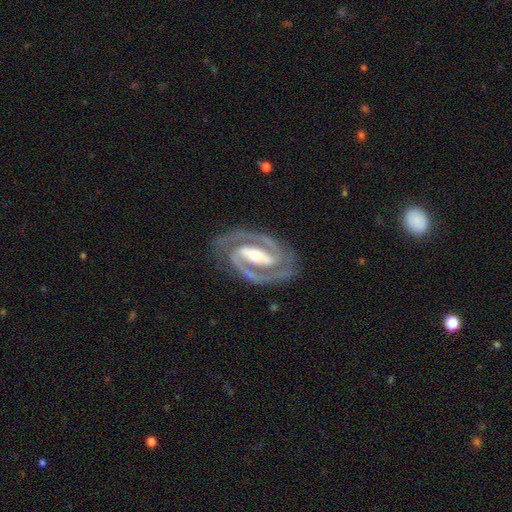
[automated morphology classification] A featured or disk galaxy (93%) with a strong bar (72%), 2 (94%) tight (52%) spiral arms (98%) and a moderate central bulge (63%). Merging: none (84%).